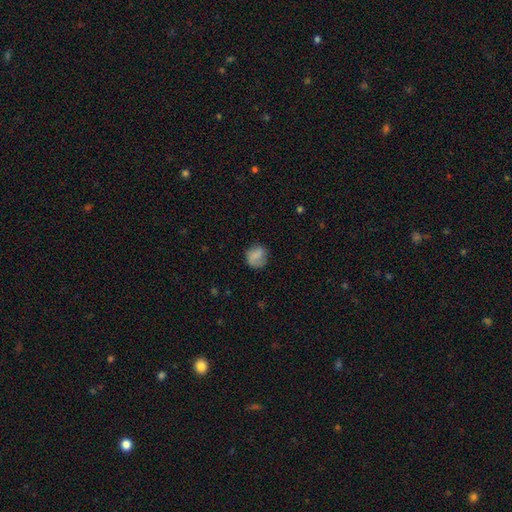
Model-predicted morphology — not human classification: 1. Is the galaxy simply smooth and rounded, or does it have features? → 77% smooth, 14% featured or disk, 9% star or artifact.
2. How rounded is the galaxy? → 79% round, 20% in between, 1% cigar-shaped.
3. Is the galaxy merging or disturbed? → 69% none, 21% minor disturbance, 8% major disturbance, 2% merger.